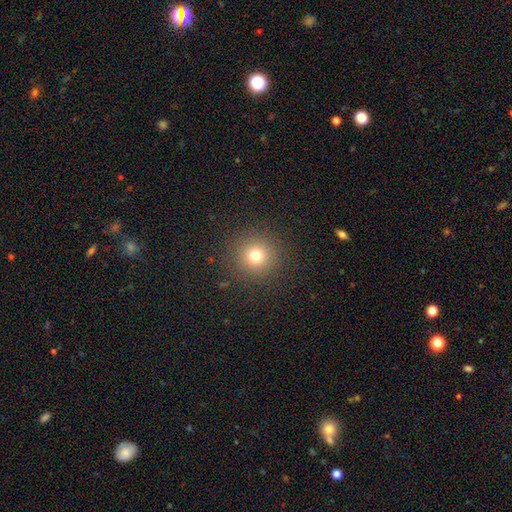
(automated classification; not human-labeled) The model was most divided on "smooth or featured": smooth: 74%, star or artifact: 17%, featured or disk: 9%. More confident: how rounded — round (95%); merging — none (90%).